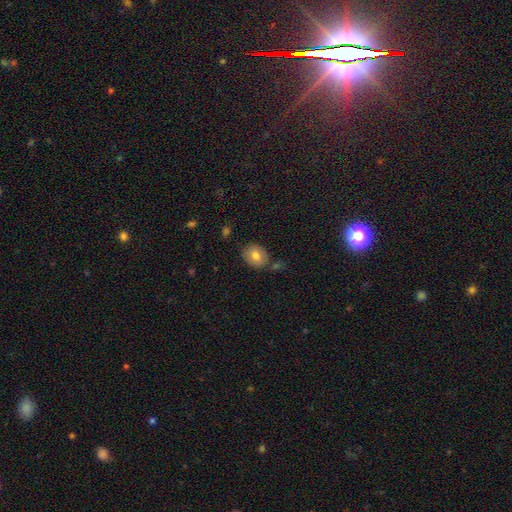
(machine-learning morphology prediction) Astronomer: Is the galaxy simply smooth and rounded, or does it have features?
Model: smooth — 79%.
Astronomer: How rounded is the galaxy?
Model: round — 53% (runner-up: in between, 46%).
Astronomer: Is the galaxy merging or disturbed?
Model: none — 74%.